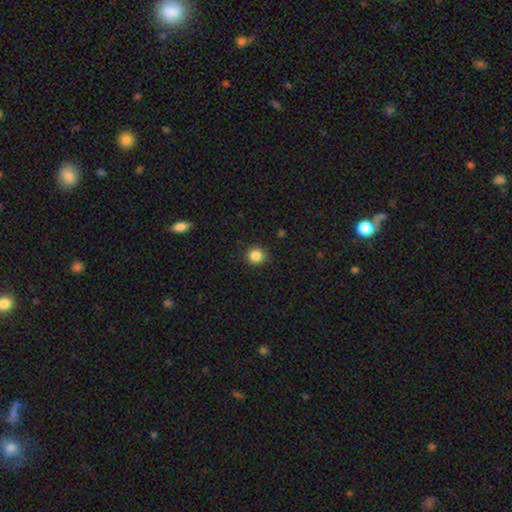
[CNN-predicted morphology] Smooth or featured: smooth — 85% (star or artifact — 11%)
How rounded: round — 91% (in between — 8%)
Merging: none — 90% (minor disturbance — 7%)